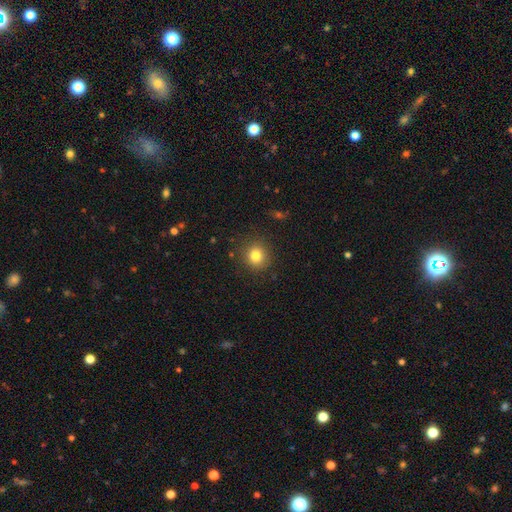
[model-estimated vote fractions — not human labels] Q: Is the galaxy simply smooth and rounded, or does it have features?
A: smooth — 81%.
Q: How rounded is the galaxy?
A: round — 88%.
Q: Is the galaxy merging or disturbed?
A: none — 89%.